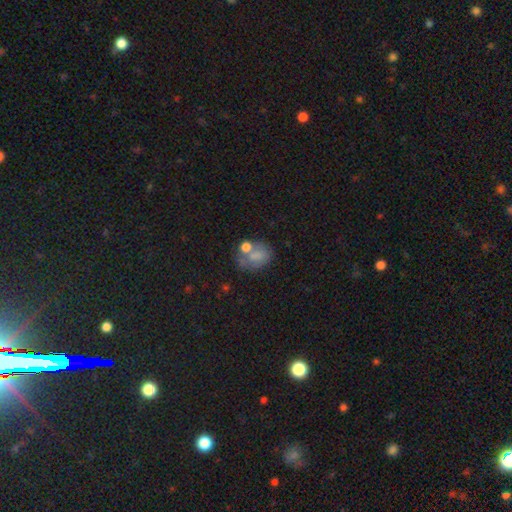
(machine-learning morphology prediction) Smooth or featured? smooth (64%)
How rounded? in between (60%)
Merging? none (39%)